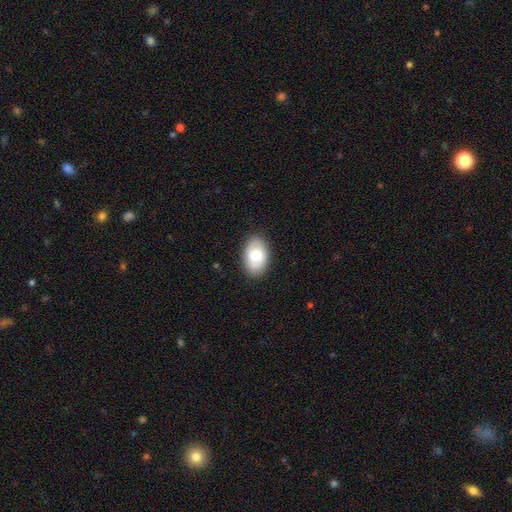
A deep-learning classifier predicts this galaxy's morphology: A smooth galaxy with no disk features (72%) that is in between round and cigar-shaped (91%). Merging: none (84%).